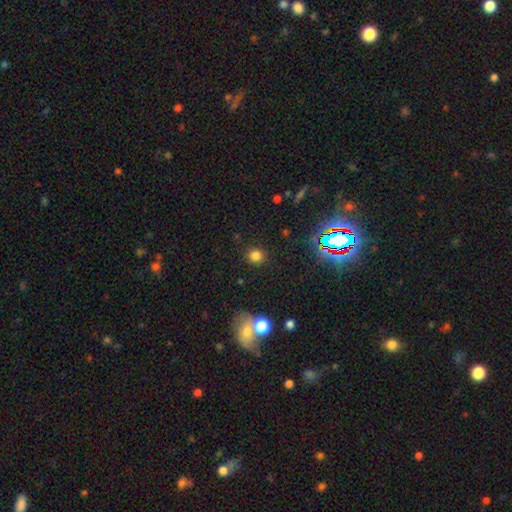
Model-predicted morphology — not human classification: The model was most divided on "smooth or featured": smooth: 79%, star or artifact: 16%, featured or disk: 5%. More confident: how rounded — round (89%); merging — none (88%).